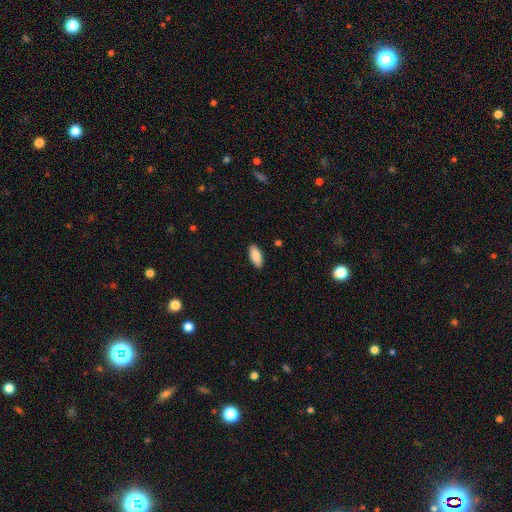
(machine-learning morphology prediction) Q: Smooth or featured?
A: smooth (87%); runner-up: featured or disk (7%)
Q: How rounded?
A: in between (88%); runner-up: cigar-shaped (10%)
Q: Merging?
A: none (89%); runner-up: minor disturbance (8%)